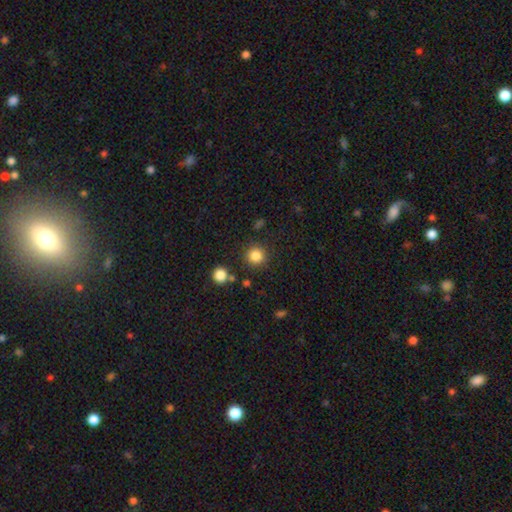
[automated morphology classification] Overall: smooth (84%). How rounded: round (94%). Merging: none (87%).